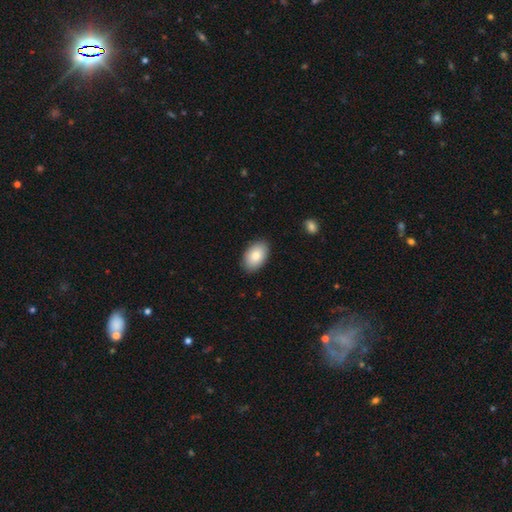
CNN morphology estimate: Smooth or featured: smooth — 85% (featured or disk — 9%)
How rounded: in between — 93% (round — 6%)
Merging: none — 87% (minor disturbance — 10%)